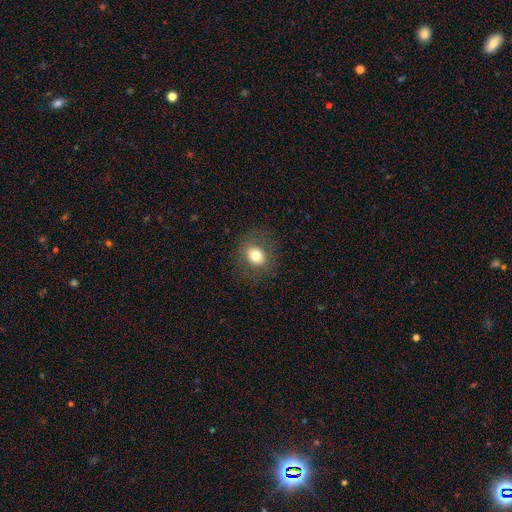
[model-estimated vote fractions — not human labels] The model was most divided on "how rounded": round: 67%, in between: 32%, cigar-shaped: 1%. More confident: merging — none (82%); smooth or featured — smooth (75%).